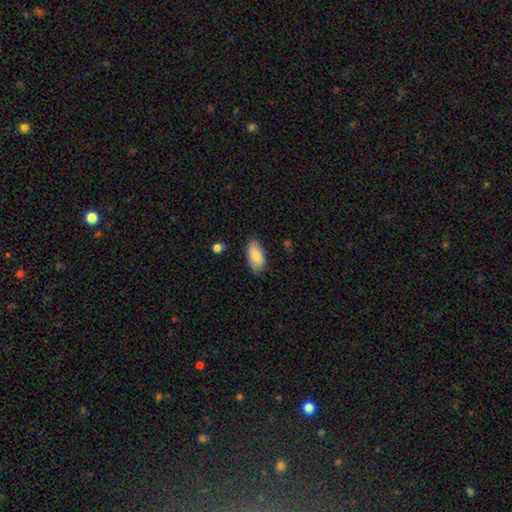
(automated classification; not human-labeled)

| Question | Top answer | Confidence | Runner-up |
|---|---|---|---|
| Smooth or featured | smooth | 84% | featured or disk (10%) |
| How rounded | in between | 94% | cigar-shaped (4%) |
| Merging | none | 83% | minor disturbance (13%) |